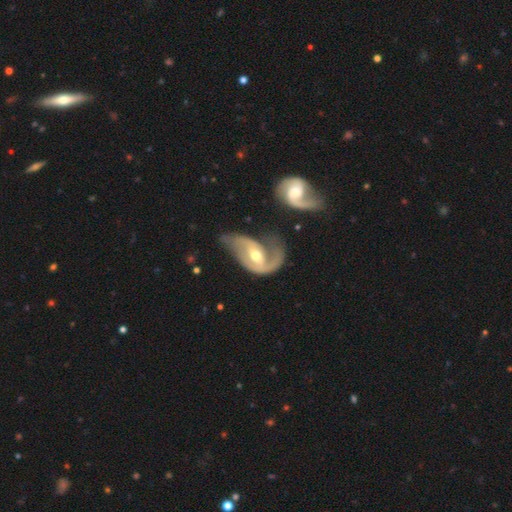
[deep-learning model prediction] Smooth or featured?
  - featured or disk: 84% *
  - smooth: 11%
  - star or artifact: 5%
Edge-on disk?
  - no: 96% *
  - yes: 4%
Bar?
  - weak: 44% *
  - no: 29%
  - strong: 27%
Spiral arms?
  - yes: 90% *
  - no: 10%
Spiral winding?
  - medium: 43% *
  - loose: 39%
  - tight: 18%
Spiral arm count?
  - 2: 73% *
  - 1: 15%
  - can't tell: 7%
  - 3: 2%
  - 4: 1%
  - more than 4: 1%
Bulge size?
  - moderate: 69% *
  - small: 24%
  - large: 4%
  - none: 1%
  - dominant: 1%
Merging?
  - major disturbance: 29% * (tied)
  - none: 29% * (tied)
  - minor disturbance: 23%
  - merger: 18%